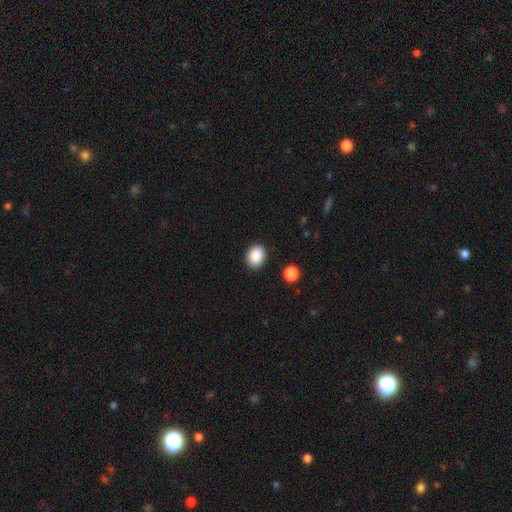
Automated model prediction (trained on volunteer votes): Overall: smooth (88%). How rounded: in between (52%; round 47%). Merging: none (88%).